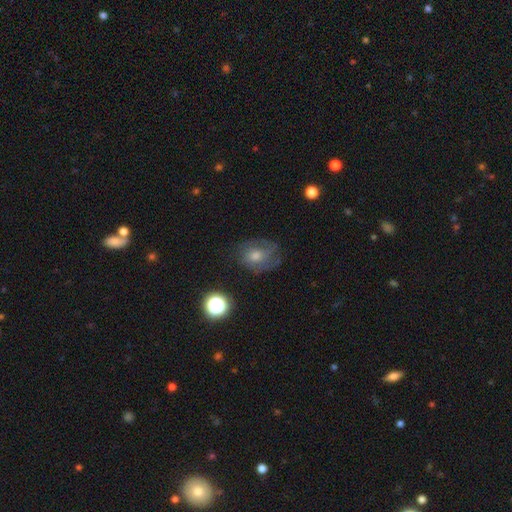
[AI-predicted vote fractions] Smooth or featured?
  - featured or disk: 53% *
  - smooth: 31%
  - star or artifact: 16%
Edge-on disk?
  - no: 96% *
  - yes: 4%
Bar?
  - no: 76% *
  - weak: 21%
  - strong: 3%
Spiral arms?
  - yes: 81% *
  - no: 19%
Bulge size?
  - moderate: 60% *
  - small: 26%
  - large: 9%
  - none: 3%
  - dominant: 2%
Merging?
  - none: 69% *
  - minor disturbance: 19%
  - major disturbance: 10%
  - merger: 2%